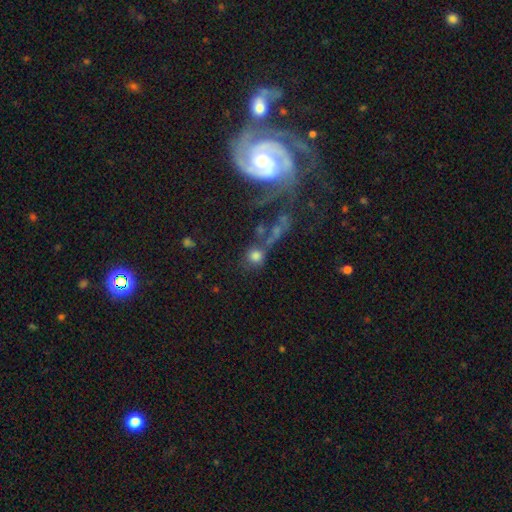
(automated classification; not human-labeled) This appears to be a smooth galaxy with no disk features (72%) that is round (88%). Merging: none (48%).